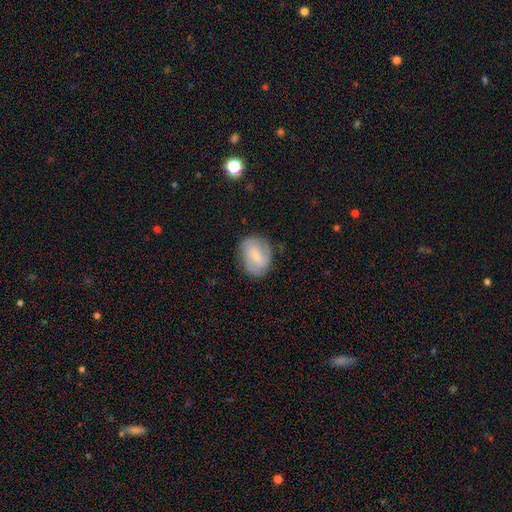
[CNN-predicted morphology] The model was most divided on "smooth or featured": featured or disk: 52%, smooth: 41%, star or artifact: 7%. More confident: edge-on disk — no (97%); spiral arms — yes (81%); merging — none (74%); bulge size — small (56%); bar — weak (55%).